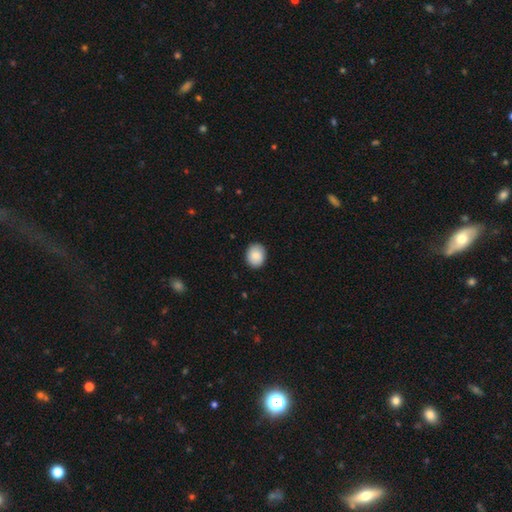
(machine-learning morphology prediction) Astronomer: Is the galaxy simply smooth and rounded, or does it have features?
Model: smooth — 87%.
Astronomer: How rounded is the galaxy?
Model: round — 58% (runner-up: in between, 42%).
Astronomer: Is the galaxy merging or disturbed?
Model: none — 89%.